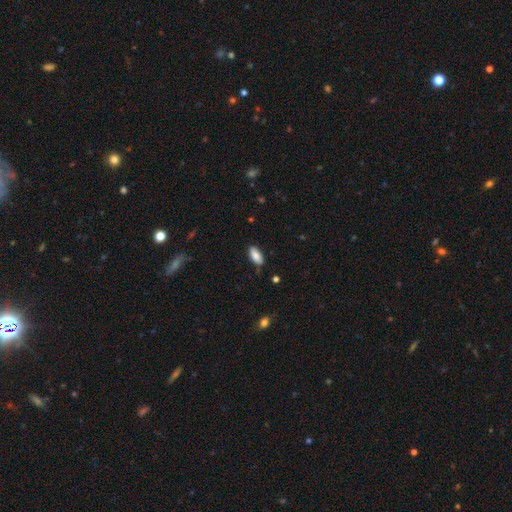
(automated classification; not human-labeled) A smooth galaxy with no disk features (87%) that is in between round and cigar-shaped (88%).

Vote fractions:
- Smooth or featured? smooth: 87% / featured or disk: 7% / star or artifact: 7%
- How rounded? in between: 88% / cigar-shaped: 10% / round: 2%
- Merging? none: 83% / minor disturbance: 13% / major disturbance: 2% / merger: 1%